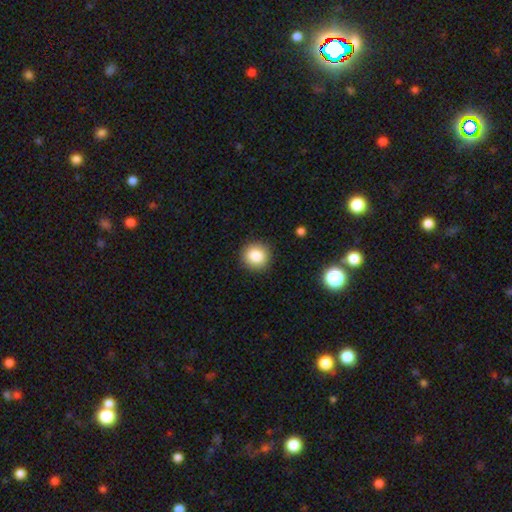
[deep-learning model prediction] smooth-or-featured: smooth: 84% | star or artifact: 10% | featured or disk: 6%
  how-rounded: round: 91% | in between: 8% | cigar-shaped: 1%
  merging: none: 90% | minor disturbance: 7% | major disturbance: 2% | merger: 1%